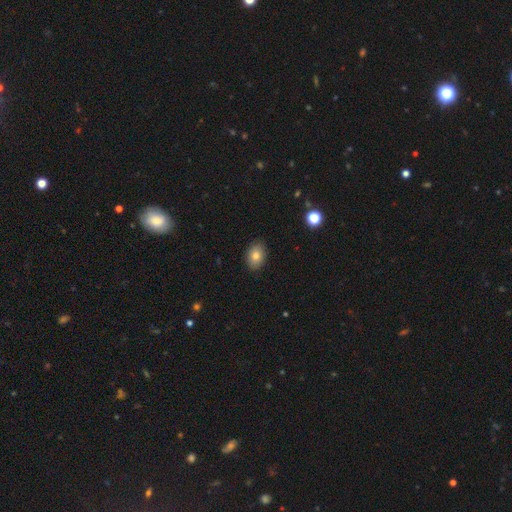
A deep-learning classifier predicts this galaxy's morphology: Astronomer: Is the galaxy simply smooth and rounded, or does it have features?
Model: smooth — 80%.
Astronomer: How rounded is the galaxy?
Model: in between — 78%.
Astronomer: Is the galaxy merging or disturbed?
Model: none — 89%.